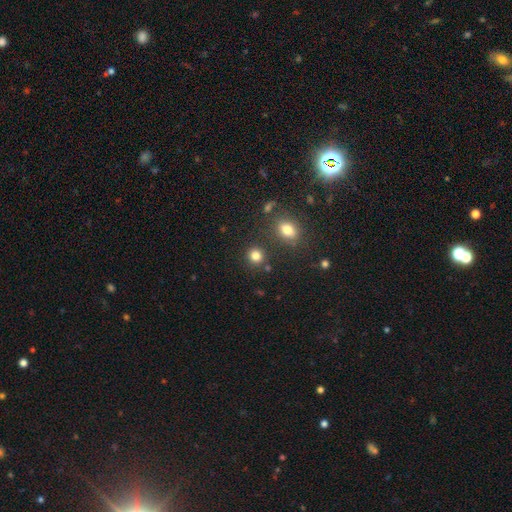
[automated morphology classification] smooth-or-featured: smooth: 82% | star or artifact: 13% | featured or disk: 5%
  how-rounded: round: 86% | in between: 13% | cigar-shaped: 1%
  merging: none: 84% | minor disturbance: 7% | merger: 6% | major disturbance: 3%